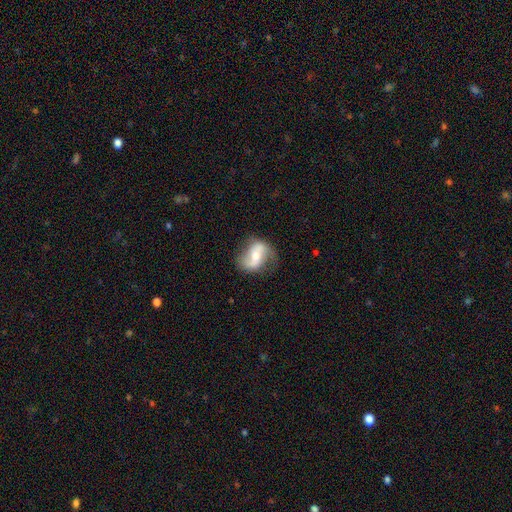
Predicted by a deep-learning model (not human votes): Morphology: type=featured or disk (71%); edge-on=no (96%); bar=weak (38%); spiral arms=yes (88%); winding=loose (60%); arm count=2 (88%); bulge=moderate (55%); merging=none (67%).